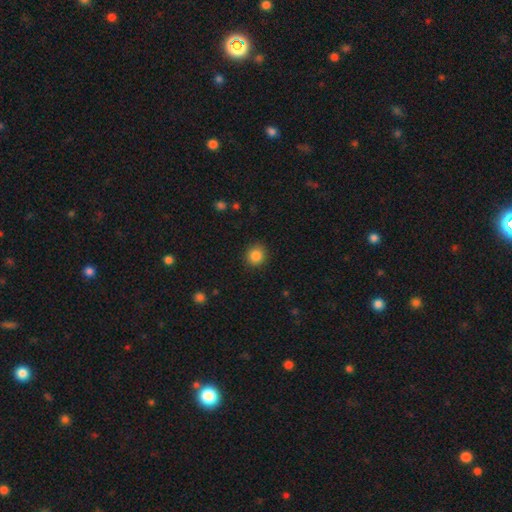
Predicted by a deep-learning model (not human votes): Smooth or featured? smooth (86%)
How rounded? round (86%)
Merging? none (90%)